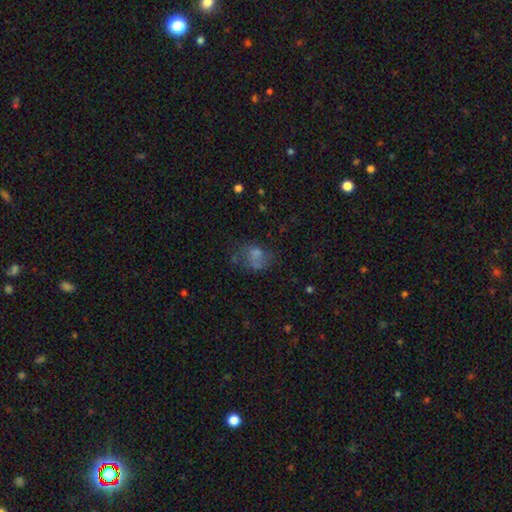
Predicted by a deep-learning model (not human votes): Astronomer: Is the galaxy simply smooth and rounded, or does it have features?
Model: smooth — 60%.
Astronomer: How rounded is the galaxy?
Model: in between — 54% (runner-up: round, 45%).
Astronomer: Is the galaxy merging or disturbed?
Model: none — 36% (runner-up: major disturbance, 27%).